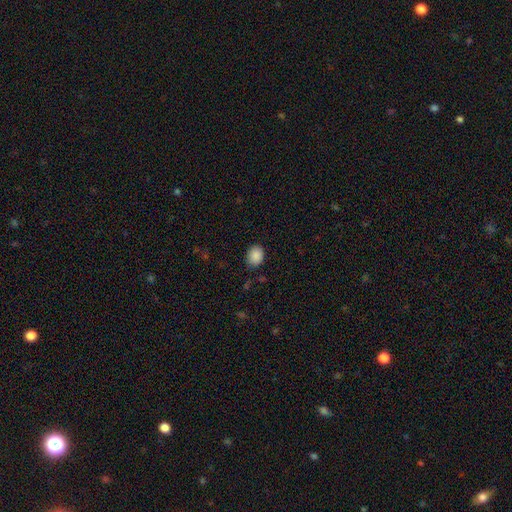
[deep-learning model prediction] smooth_or_featured: smooth (p=0.88) [alt: star or artifact p=0.08]
how_rounded: in between (p=0.50) [alt: round p=0.49]
merging: none (p=0.84) [alt: minor disturbance p=0.12]